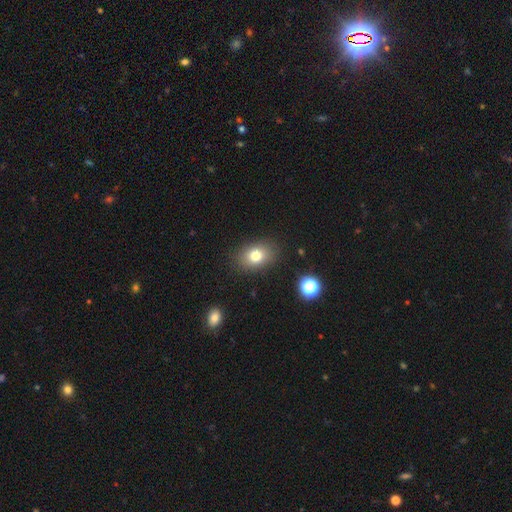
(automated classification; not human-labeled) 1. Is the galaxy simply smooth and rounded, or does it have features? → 78% smooth, 11% featured or disk, 11% star or artifact.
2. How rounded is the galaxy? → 75% in between, 24% round, 1% cigar-shaped.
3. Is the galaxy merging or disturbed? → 86% none, 10% minor disturbance, 3% major disturbance, 1% merger.